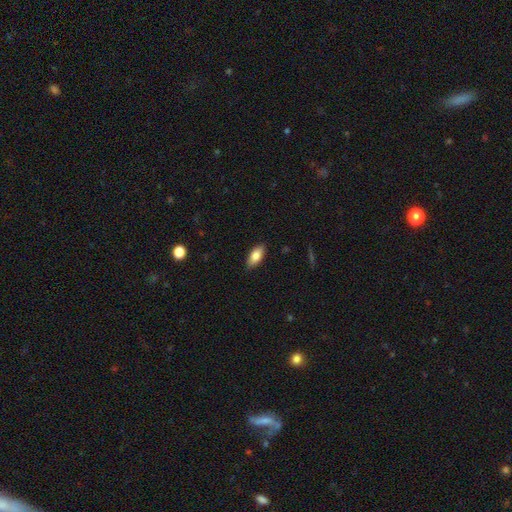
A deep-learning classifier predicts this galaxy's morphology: smooth-or-featured: smooth: 83% | featured or disk: 11% | star or artifact: 7%
  how-rounded: in between: 88% | cigar-shaped: 10% | round: 2%
  merging: none: 86% | minor disturbance: 11% | major disturbance: 2% | merger: 1%